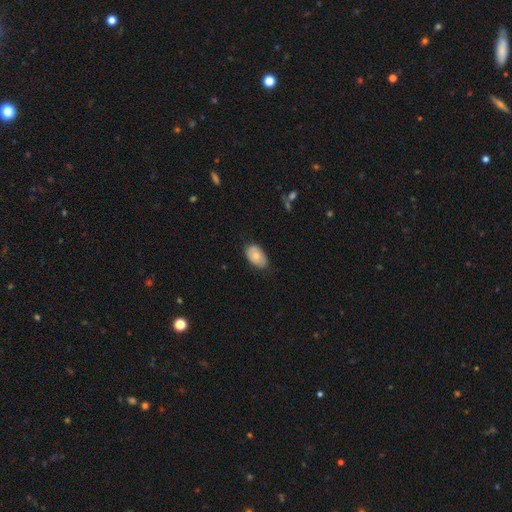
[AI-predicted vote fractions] A smooth galaxy with no disk features (72%) that is in between round and cigar-shaped (91%).

Vote fractions:
- Smooth or featured? smooth: 72% / featured or disk: 22% / star or artifact: 7%
- How rounded? in between: 91% / round: 8% / cigar-shaped: 1%
- Merging? none: 74% / minor disturbance: 21% / major disturbance: 3% / merger: 1%